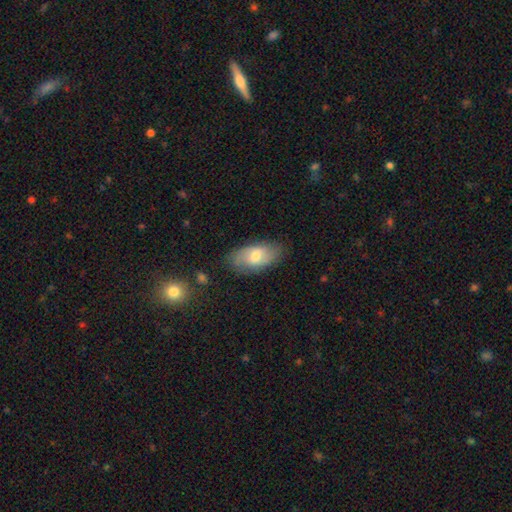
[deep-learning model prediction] smooth_or_featured: smooth (p=0.61) [alt: featured or disk p=0.33]
how_rounded: in between (p=0.92) [alt: cigar-shaped p=0.04]
merging: none (p=0.79) [alt: minor disturbance p=0.16]